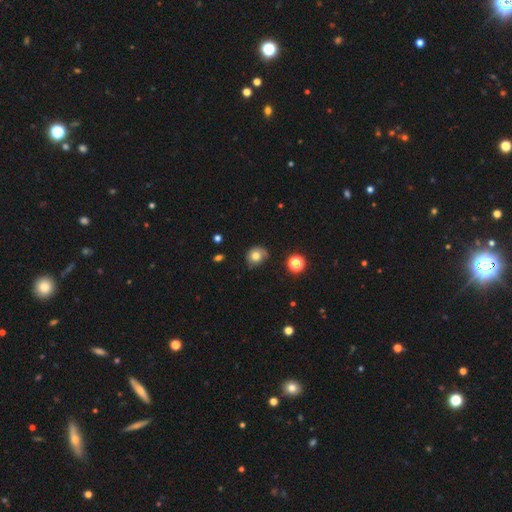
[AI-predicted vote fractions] This is likely a smooth galaxy (72%). How rounded: likely round (73%). Merging: likely none (63%).